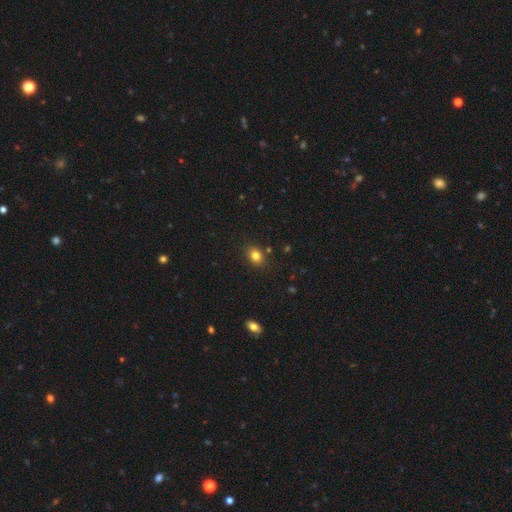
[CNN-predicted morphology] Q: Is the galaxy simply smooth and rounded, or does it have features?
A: smooth — 81%.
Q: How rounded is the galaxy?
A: in between — 58%.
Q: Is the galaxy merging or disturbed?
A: none — 83%.